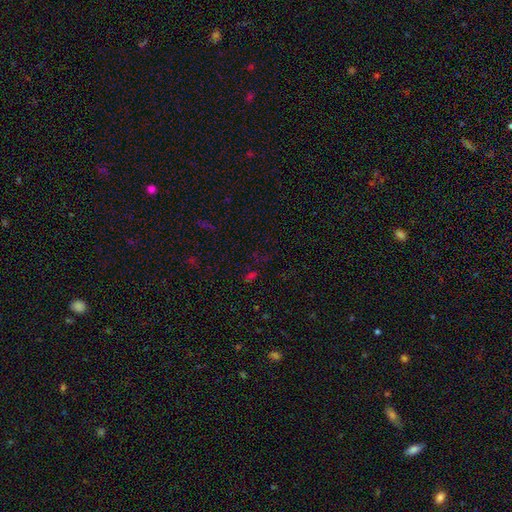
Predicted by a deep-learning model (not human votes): The model was most divided on "smooth or featured": star or artifact: 61%, smooth: 31%, featured or disk: 8%.